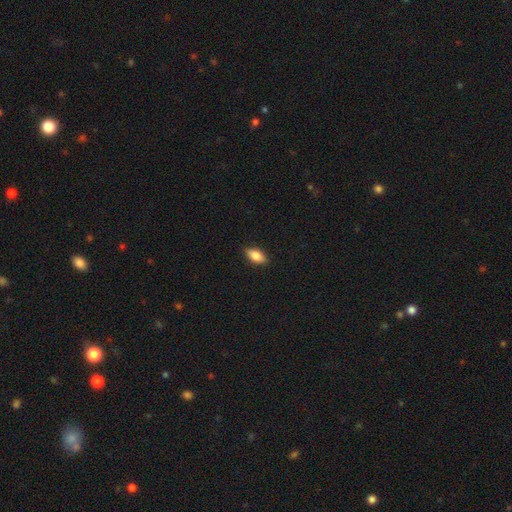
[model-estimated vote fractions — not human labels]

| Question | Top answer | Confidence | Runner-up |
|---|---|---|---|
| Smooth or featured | smooth | 81% | featured or disk (12%) |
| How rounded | in between | 88% | cigar-shaped (8%) |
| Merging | none | 88% | minor disturbance (9%) |